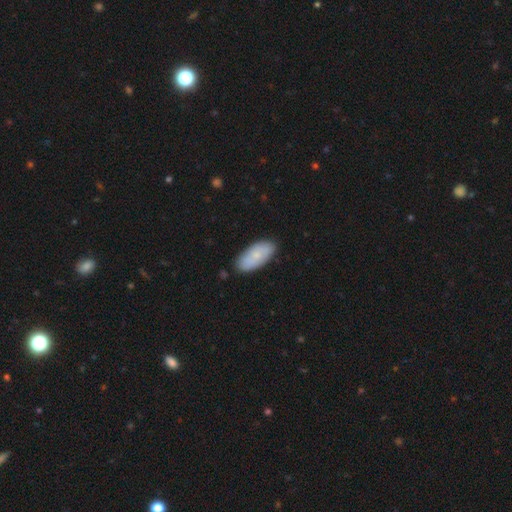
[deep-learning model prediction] Smooth or featured?
  - smooth: 75% *
  - featured or disk: 20%
  - star or artifact: 6%
How rounded?
  - in between: 90% *
  - cigar-shaped: 8%
  - round: 2%
Merging?
  - none: 82% *
  - minor disturbance: 14%
  - major disturbance: 2%
  - merger: 2%